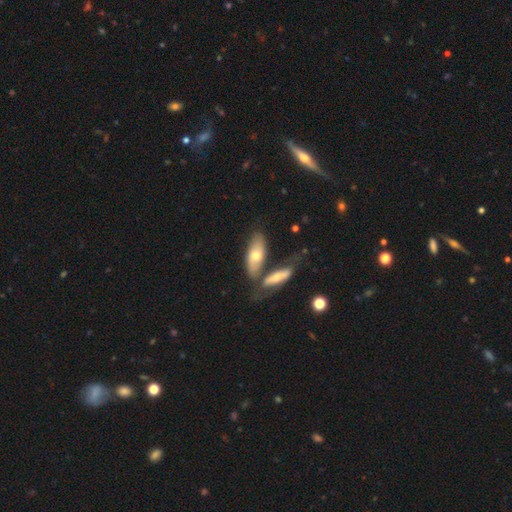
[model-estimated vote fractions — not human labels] This is possibly a smooth galaxy (58%). How rounded: likely in between (75%). Merging: possibly none (46%).